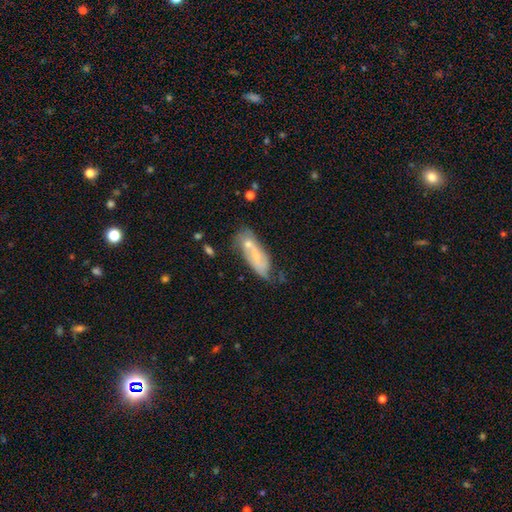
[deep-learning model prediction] The model was most divided on "smooth or featured": featured or disk: 49%, smooth: 42%, star or artifact: 9%. Remaining: merging — none (44%).